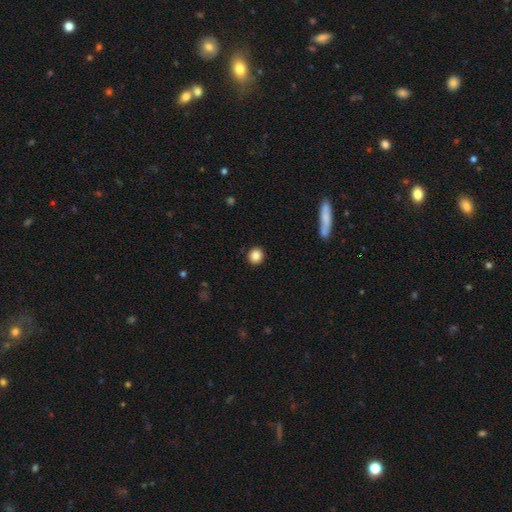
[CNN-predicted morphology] A smooth galaxy with no disk features (87%) that is round (85%). Merging: none (90%).